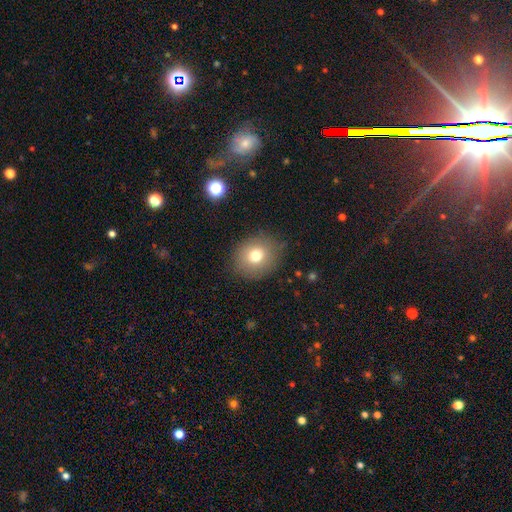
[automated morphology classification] This is likely a smooth galaxy (74%). How rounded: likely round (78%). Merging: clearly none (83%).